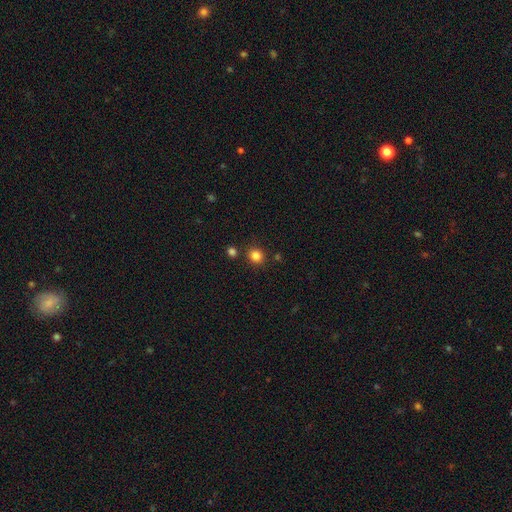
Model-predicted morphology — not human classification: type=smooth (83%); roundness=round (80%); merging=none (84%).